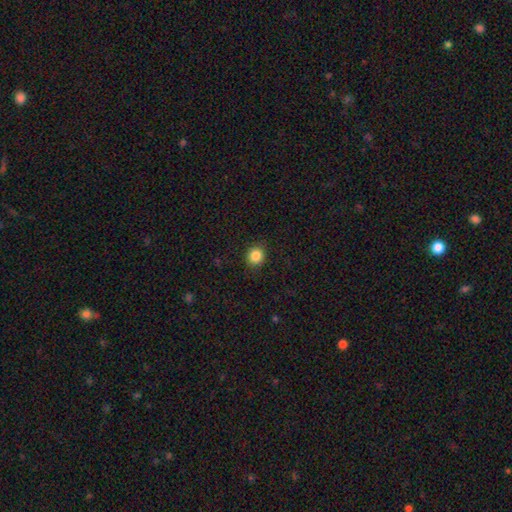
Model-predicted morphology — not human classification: A smooth galaxy with no disk features (86%) that is round (80%). Merging: none (88%).